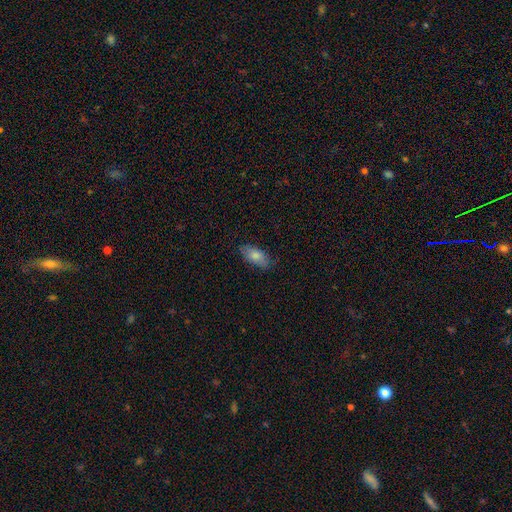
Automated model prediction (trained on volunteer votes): Smooth or featured?
  - smooth: 79% *
  - featured or disk: 14%
  - star or artifact: 7%
How rounded?
  - in between: 88% *
  - cigar-shaped: 9%
  - round: 3%
Merging?
  - none: 78% *
  - minor disturbance: 17%
  - major disturbance: 3%
  - merger: 1%